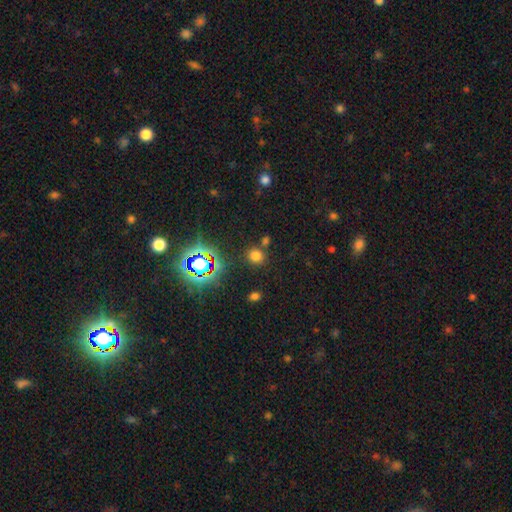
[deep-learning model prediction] Q: Smooth or featured?
A: smooth (67%); runner-up: star or artifact (27%)
Q: How rounded?
A: round (86%); runner-up: in between (13%)
Q: Merging?
A: none (80%); runner-up: merger (9%)